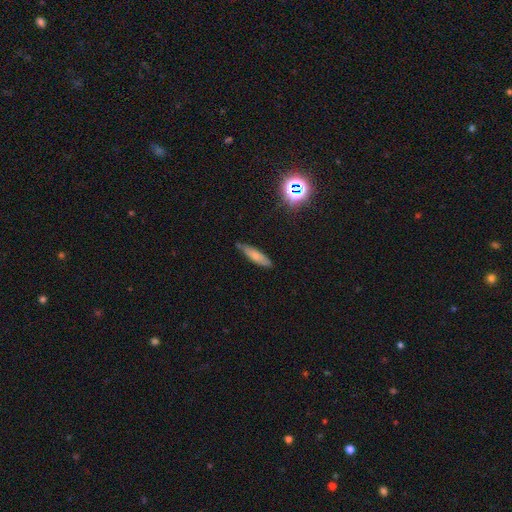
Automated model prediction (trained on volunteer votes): Q: Smooth or featured?
A: smooth (69%); runner-up: featured or disk (22%)
Q: How rounded?
A: cigar-shaped (71%); runner-up: in between (27%)
Q: Merging?
A: none (76%); runner-up: minor disturbance (18%)